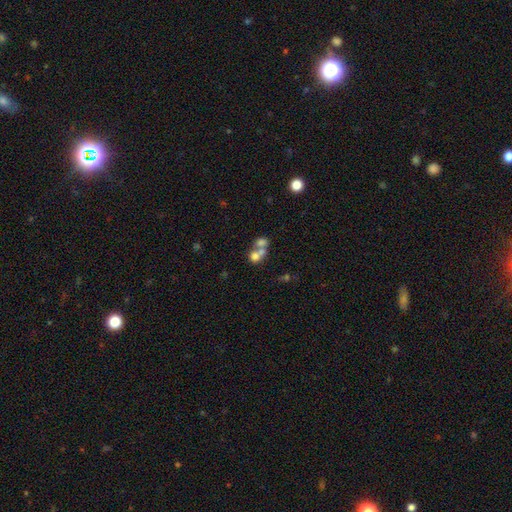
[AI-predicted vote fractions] Overall: smooth (65%). How rounded: round (67%; in between 32%). Merging: merger (65%).